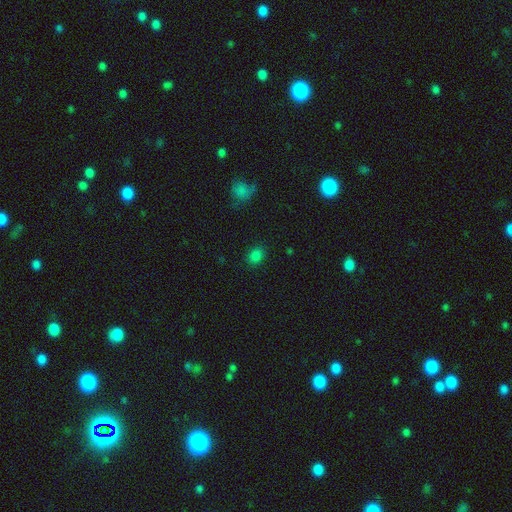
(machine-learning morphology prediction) Smooth or featured?
  - smooth: 82% *
  - star or artifact: 14%
  - featured or disk: 4%
How rounded?
  - in between: 54% *
  - round: 45%
  - cigar-shaped: 1%
Merging?
  - none: 87% *
  - minor disturbance: 9%
  - major disturbance: 3%
  - merger: 1%